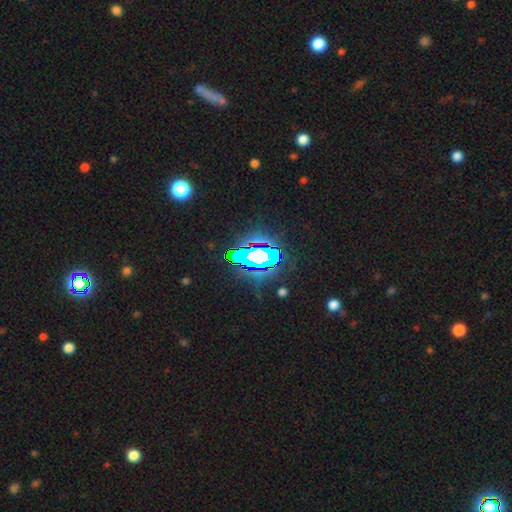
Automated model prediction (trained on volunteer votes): A star or artifact, not a galaxy (61%).

Vote fractions:
- Smooth or featured? star or artifact: 61% / featured or disk: 21% / smooth: 19%